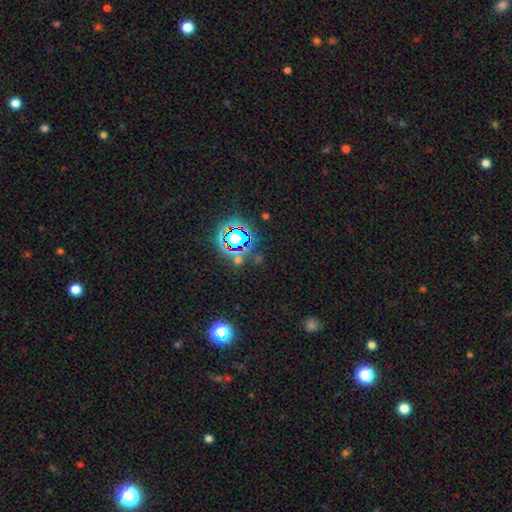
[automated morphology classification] This appears to be a star or artifact, not a galaxy (75%).